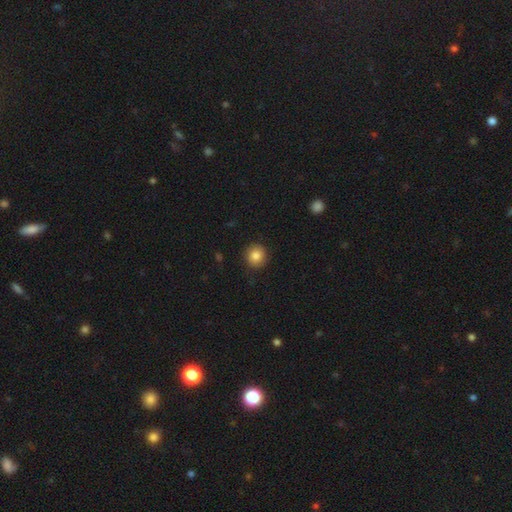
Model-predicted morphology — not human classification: This appears to be a smooth galaxy with no disk features (85%) that is round (91%). Merging: none (89%).